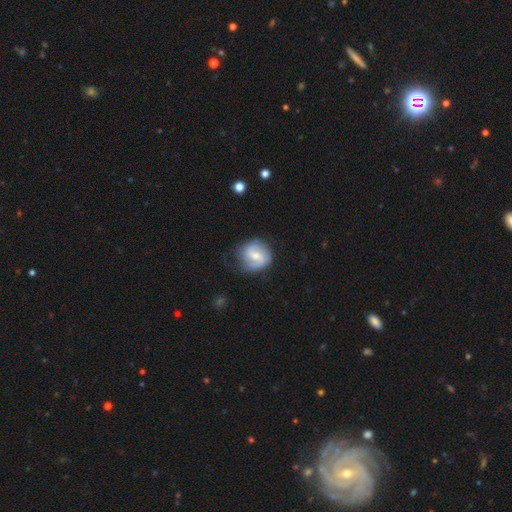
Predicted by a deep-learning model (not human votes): A featured or disk galaxy (62%) with a weak bar (53%), 2 (77%) medium (43%) spiral arms (88%) and a moderate central bulge (51%).

Vote fractions:
- Smooth or featured? featured or disk: 62% / smooth: 32% / star or artifact: 6%
- Edge-on disk? no: 97% / yes: 3%
- Bar? weak: 53% / no: 30% / strong: 17%
- Spiral arms? yes: 88% / no: 12%
- Spiral winding? medium: 43% / loose: 29% / tight: 29%
- Spiral arm count? 2: 77% / can't tell: 12% / 1: 5% / 3: 3% / 4: 1% / more than 4: 1%
- Bulge size? moderate: 51% / small: 42% / none: 3% / large: 3% / dominant: 1%
- Merging? none: 70% / minor disturbance: 21% / major disturbance: 8% / merger: 1%